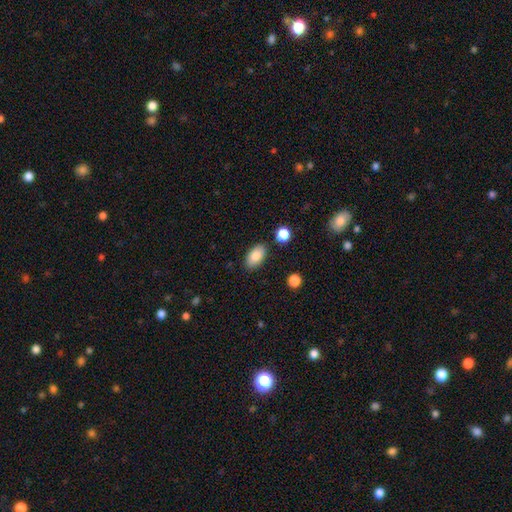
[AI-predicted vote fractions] Smooth or featured: smooth — 84% (featured or disk — 8%)
How rounded: in between — 93% (round — 5%)
Merging: none — 85% (minor disturbance — 10%)